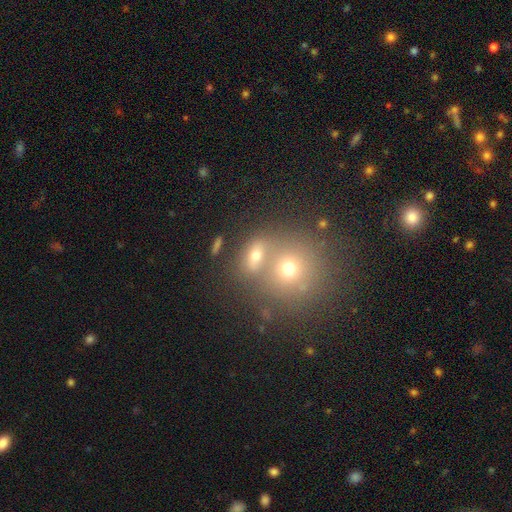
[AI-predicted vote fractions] Smooth or featured? Predicted: smooth (p=0.60). How rounded? Predicted: round (p=0.53). Merging? Predicted: none (p=0.45).